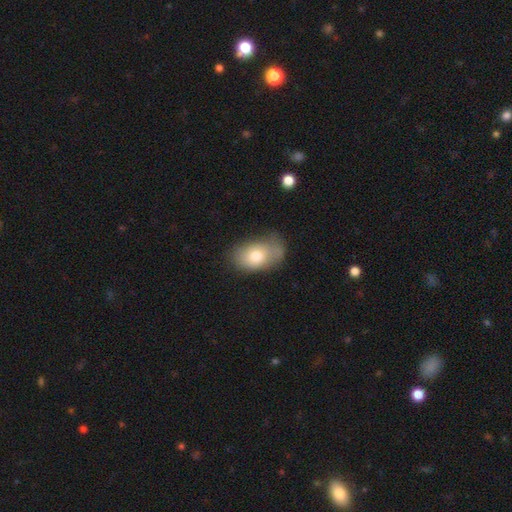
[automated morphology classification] This is likely a smooth galaxy (74%). How rounded: clearly in between (84%). Merging: possibly none (49%).